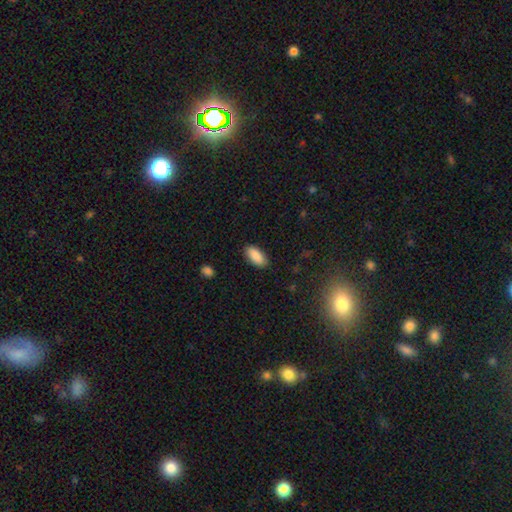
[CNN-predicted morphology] smooth 88%, star or artifact 6%, featured or disk 6%. Down the decision tree: how rounded — in between (91%); merging — none (87%).